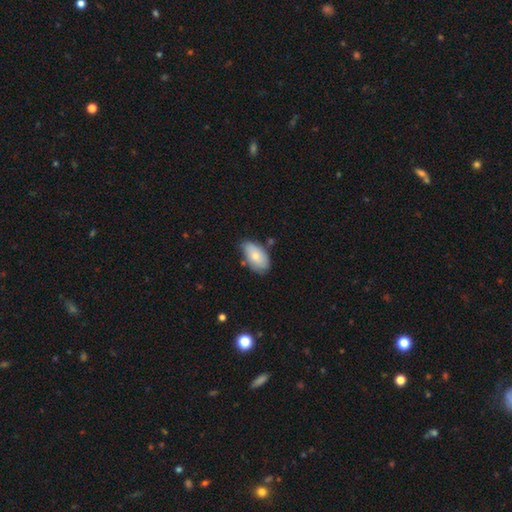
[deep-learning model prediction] Morphology: type=smooth (72%); roundness=in between (93%); merging=none (64%).